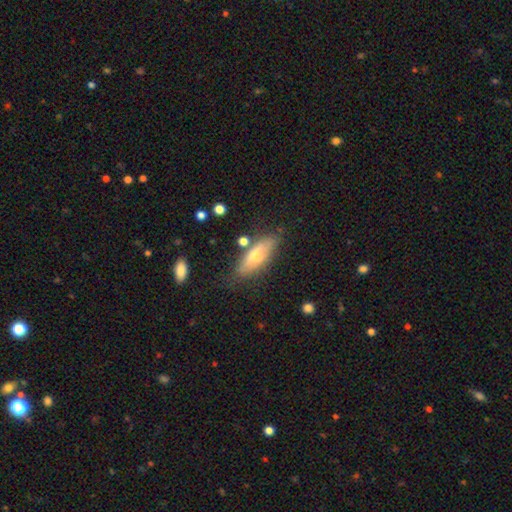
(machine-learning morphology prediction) A smooth galaxy with no disk features (58%) that is in between round and cigar-shaped (59%).

Vote fractions:
- Smooth or featured? smooth: 58% / featured or disk: 35% / star or artifact: 7%
- How rounded? in between: 59% / cigar-shaped: 38% / round: 3%
- Merging? none: 73% / minor disturbance: 17% / merger: 6% / major disturbance: 5%